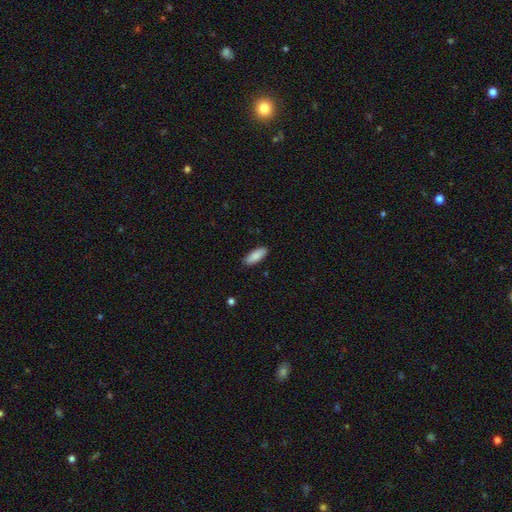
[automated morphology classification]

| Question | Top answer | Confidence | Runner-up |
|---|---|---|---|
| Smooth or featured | smooth | 87% | featured or disk (7%) |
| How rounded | in between | 75% | cigar-shaped (24%) |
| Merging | none | 88% | minor disturbance (9%) |